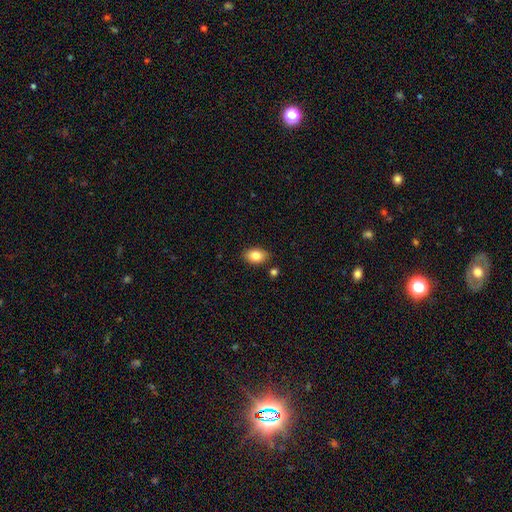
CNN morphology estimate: A smooth galaxy with no disk features (82%) that is in between round and cigar-shaped (85%). Merging: none (85%).